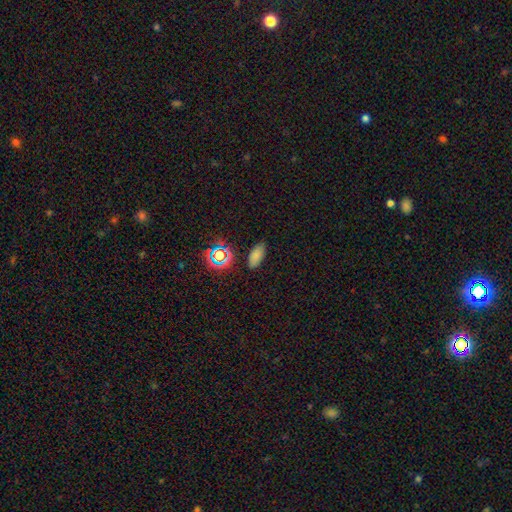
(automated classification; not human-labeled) Smooth or featured?
  - smooth: 76% *
  - star or artifact: 17%
  - featured or disk: 6%
How rounded?
  - in between: 87% *
  - cigar-shaped: 8%
  - round: 4%
Merging?
  - none: 83% *
  - minor disturbance: 12%
  - major disturbance: 3%
  - merger: 2%